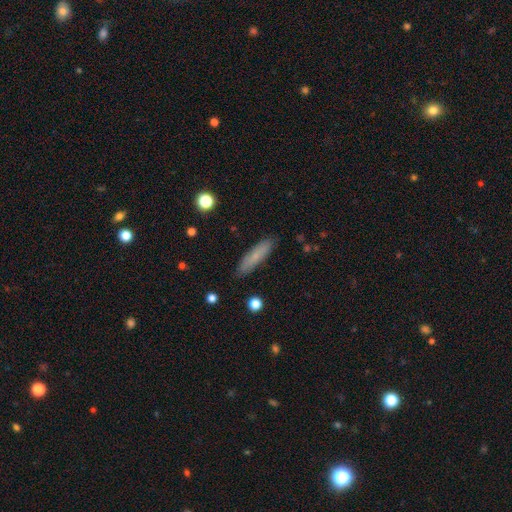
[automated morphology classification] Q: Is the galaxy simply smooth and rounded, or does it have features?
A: smooth — 73%.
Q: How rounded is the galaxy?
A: cigar-shaped — 77%.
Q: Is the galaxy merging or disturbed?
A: none — 87%.